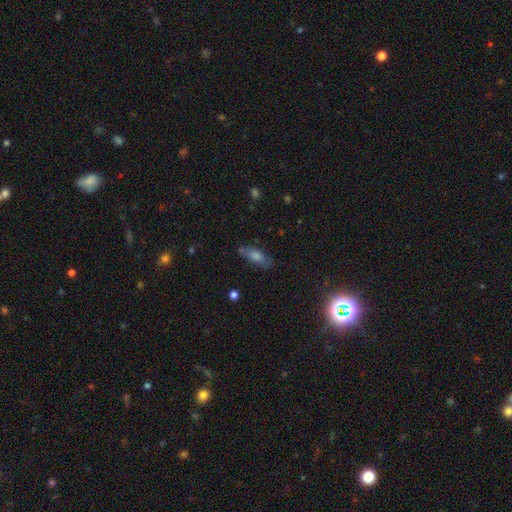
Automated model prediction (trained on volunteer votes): This appears to be a smooth galaxy with no disk features (51%) that is in between round and cigar-shaped (65%). Merging: none (77%).